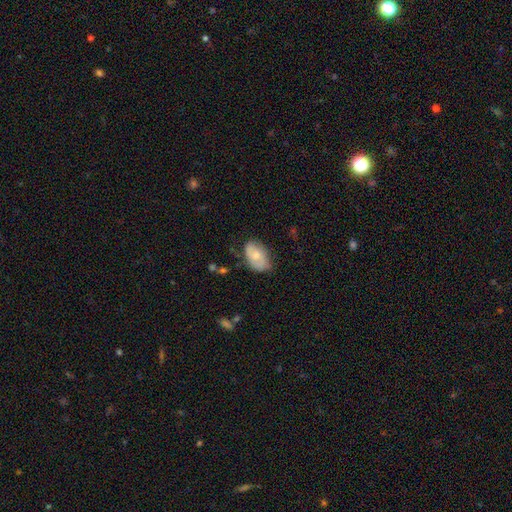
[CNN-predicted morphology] smooth-or-featured: smooth: 59% | featured or disk: 35% | star or artifact: 6%
  how-rounded: in between: 90% | round: 8% | cigar-shaped: 1%
  merging: none: 64% | minor disturbance: 28% | major disturbance: 6% | merger: 2%